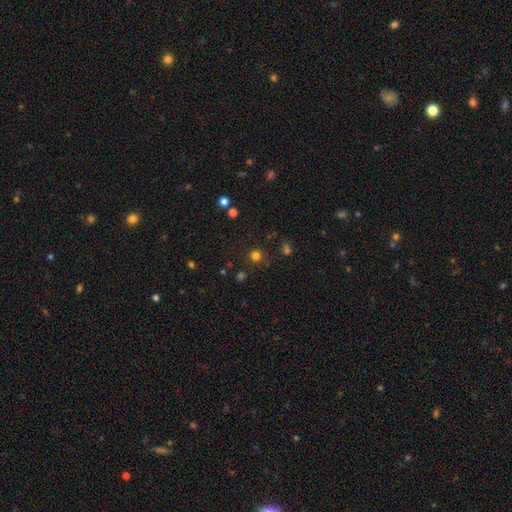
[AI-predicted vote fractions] smooth-or-featured: smooth: 75% | star or artifact: 20% | featured or disk: 5%
  how-rounded: round: 92% | in between: 7% | cigar-shaped: 1%
  merging: none: 86% | minor disturbance: 8% | major disturbance: 3% | merger: 2%